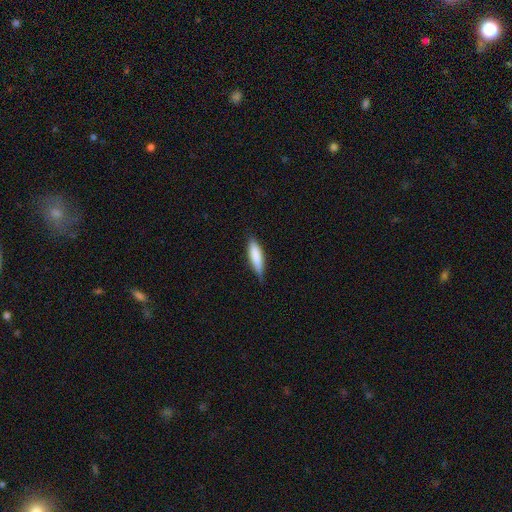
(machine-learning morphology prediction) type=smooth (78%); roundness=cigar-shaped (66%); merging=none (76%).